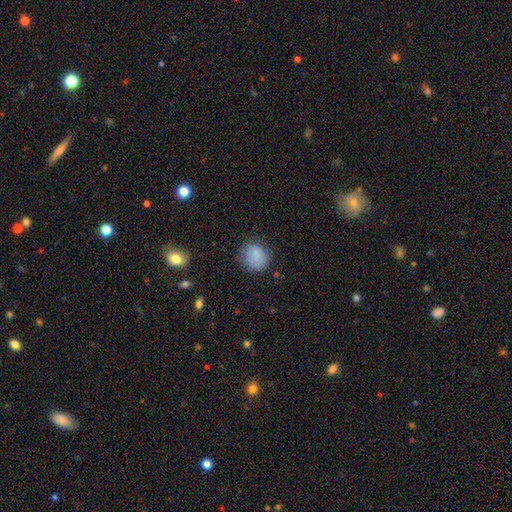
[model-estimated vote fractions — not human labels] Smooth or featured? Predicted: smooth (p=0.84). How rounded? Predicted: round (p=0.82). Merging? Predicted: none (p=0.74).